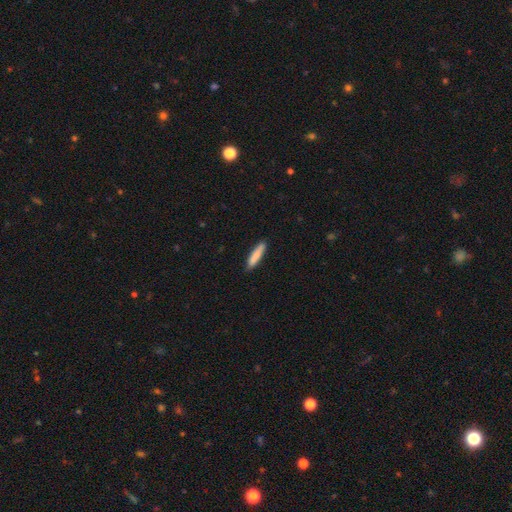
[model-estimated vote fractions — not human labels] Q: Smooth or featured?
A: smooth (84%); runner-up: featured or disk (11%)
Q: How rounded?
A: cigar-shaped (86%); runner-up: in between (13%)
Q: Merging?
A: none (87%); runner-up: minor disturbance (10%)